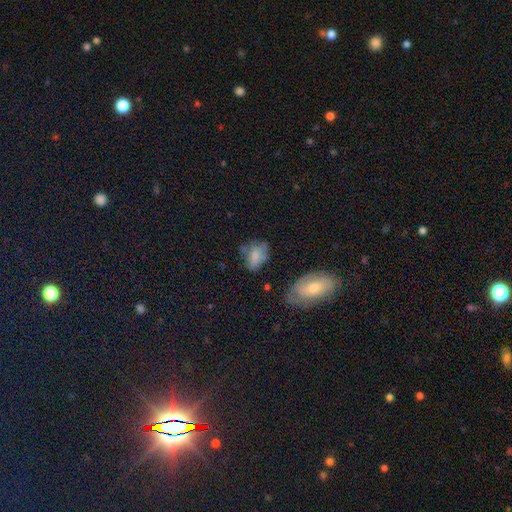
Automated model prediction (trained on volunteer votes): The model was most divided on "merging": none: 48%, minor disturbance: 30%, major disturbance: 16%, merger: 5%. More confident: how rounded — in between (81%); smooth or featured — smooth (66%).